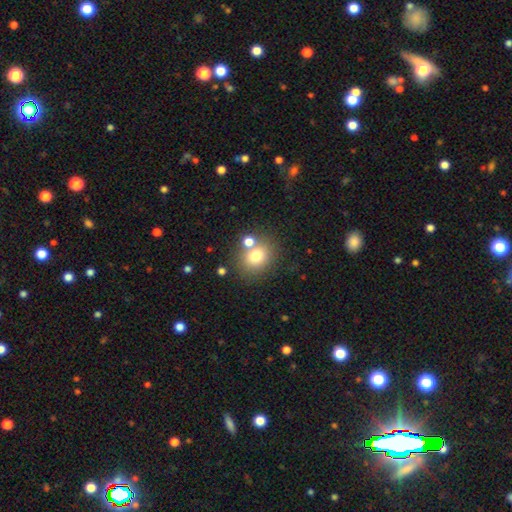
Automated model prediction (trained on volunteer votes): A smooth galaxy with no disk features (74%) that is round (72%).

Vote fractions:
- Smooth or featured? smooth: 74% / star or artifact: 14% / featured or disk: 12%
- How rounded? round: 72% / in between: 27% / cigar-shaped: 1%
- Merging? none: 68% / merger: 17% / minor disturbance: 10% / major disturbance: 4%